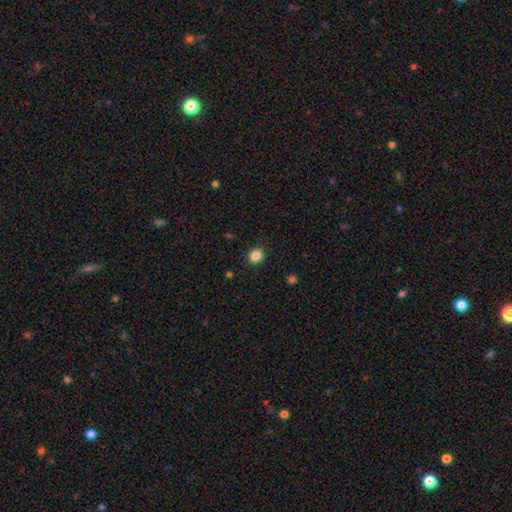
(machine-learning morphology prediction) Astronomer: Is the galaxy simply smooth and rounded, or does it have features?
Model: smooth — 85%.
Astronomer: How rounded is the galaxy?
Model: round — 64%.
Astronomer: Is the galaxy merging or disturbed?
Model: none — 90%.